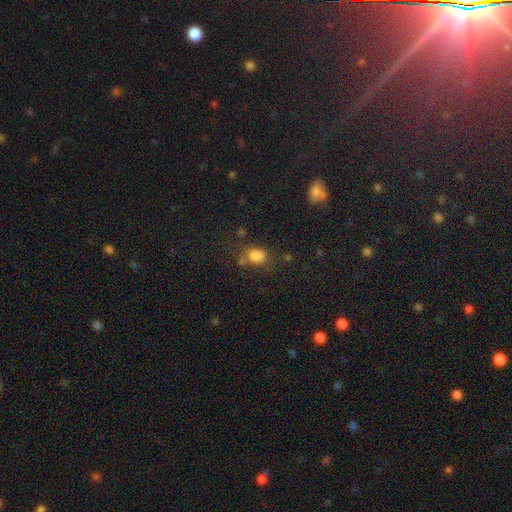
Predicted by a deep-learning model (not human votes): Smooth or featured? smooth (76%)
How rounded? in between (52%)
Merging? none (51%)